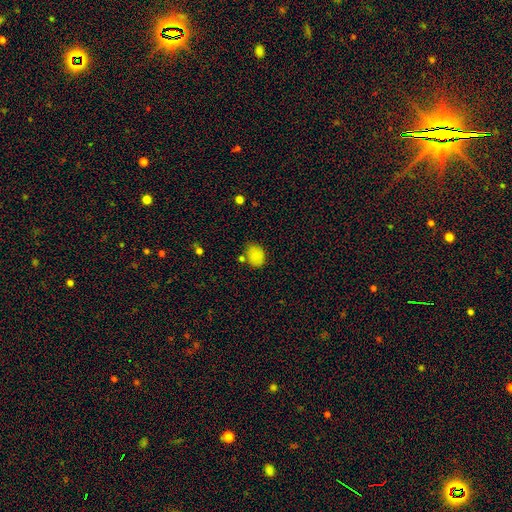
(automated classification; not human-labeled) A smooth galaxy with no disk features (85%) that is in between round and cigar-shaped (58%). Merging: none (72%).